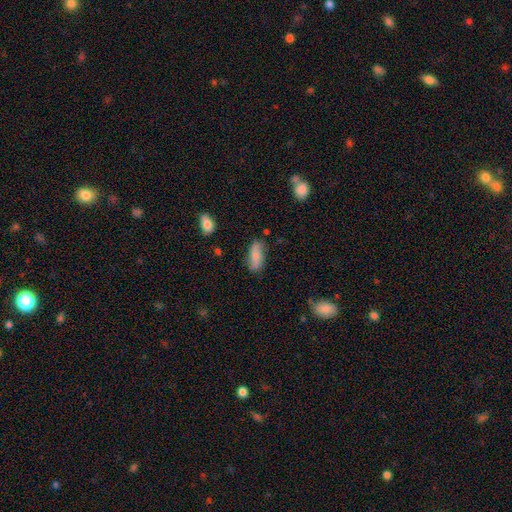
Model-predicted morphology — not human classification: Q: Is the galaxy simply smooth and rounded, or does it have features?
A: smooth — 72%.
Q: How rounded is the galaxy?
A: in between — 78%.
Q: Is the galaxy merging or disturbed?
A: none — 74%.